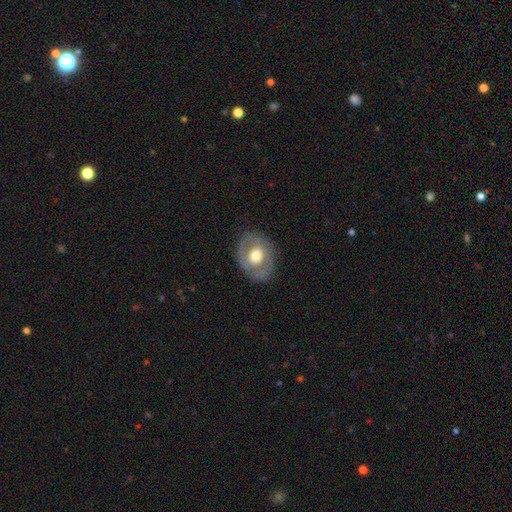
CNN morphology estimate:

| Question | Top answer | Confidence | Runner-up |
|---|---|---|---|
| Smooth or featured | featured or disk | 49% | smooth (45%) |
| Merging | none | 77% | minor disturbance (15%) |